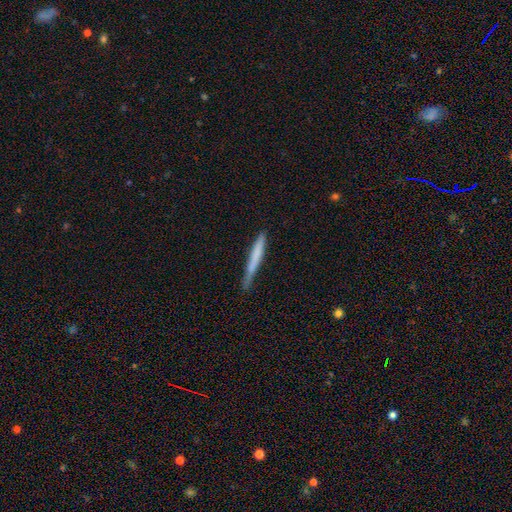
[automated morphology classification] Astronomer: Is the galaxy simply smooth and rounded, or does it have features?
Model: smooth — 65%.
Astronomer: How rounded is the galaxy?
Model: cigar-shaped — 96%.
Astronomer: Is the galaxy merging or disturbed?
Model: none — 72%.